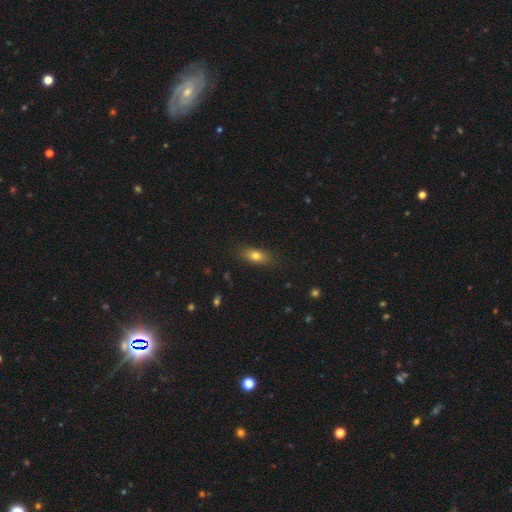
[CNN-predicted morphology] A smooth galaxy with no disk features (76%) that is in between round and cigar-shaped (76%). Merging: none (84%).